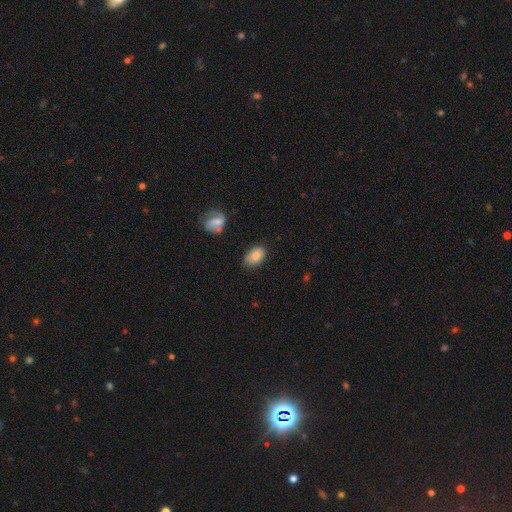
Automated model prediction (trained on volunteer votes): Smooth or featured?
  - smooth: 84% *
  - featured or disk: 9%
  - star or artifact: 8%
How rounded?
  - in between: 91% *
  - round: 8%
  - cigar-shaped: 1%
Merging?
  - none: 70% *
  - minor disturbance: 23%
  - major disturbance: 4%
  - merger: 3%